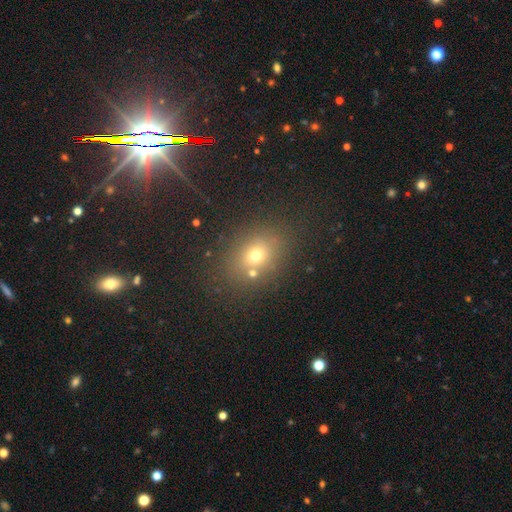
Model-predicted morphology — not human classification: A smooth galaxy with no disk features (65%) that is in between round and cigar-shaped (52%). Merging: none (74%).